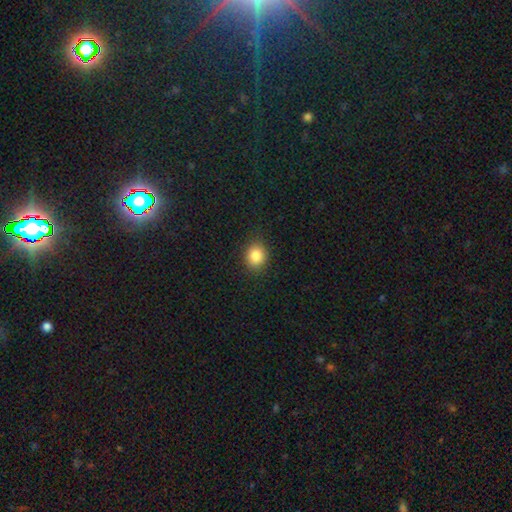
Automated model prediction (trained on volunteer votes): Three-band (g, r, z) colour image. It shows a smooth galaxy with no disk features (85%) that is round (68%). Merging: none (88%).